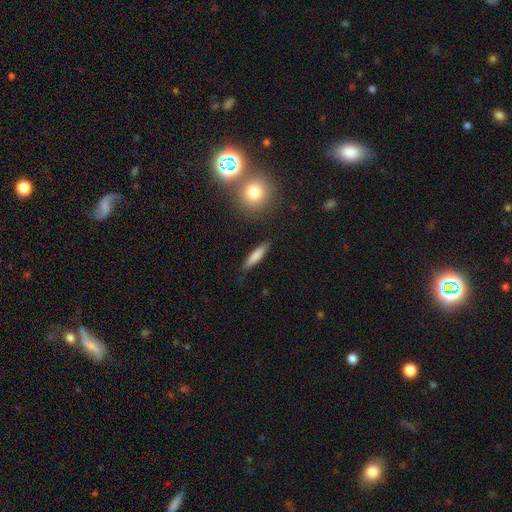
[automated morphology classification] type=smooth (79%); roundness=cigar-shaped (85%); merging=none (88%).